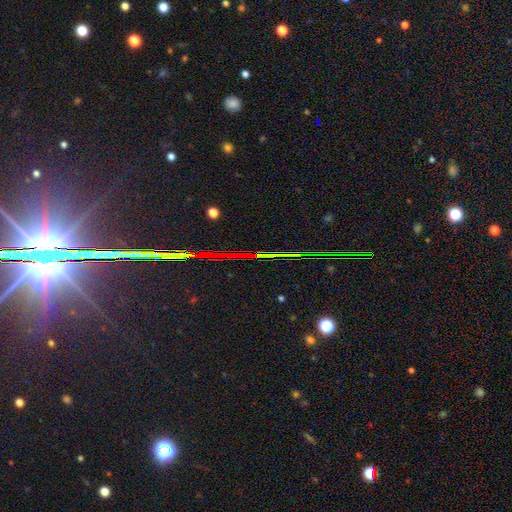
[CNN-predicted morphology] type=star or artifact (86%).